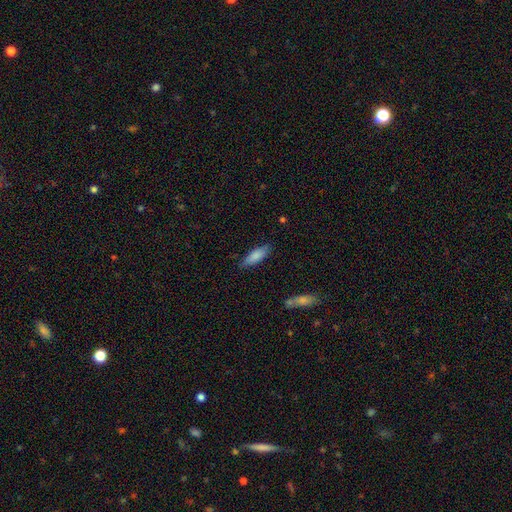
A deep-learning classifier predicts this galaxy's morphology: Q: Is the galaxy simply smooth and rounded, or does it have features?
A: smooth — 82%.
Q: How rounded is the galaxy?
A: in between — 52%.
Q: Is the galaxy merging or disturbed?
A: none — 81%.